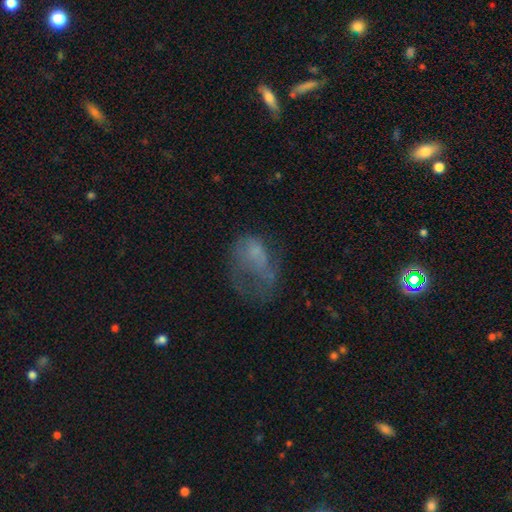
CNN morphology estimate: This appears to be a smooth galaxy with no disk features (44%). Merging: major disturbance (52%).